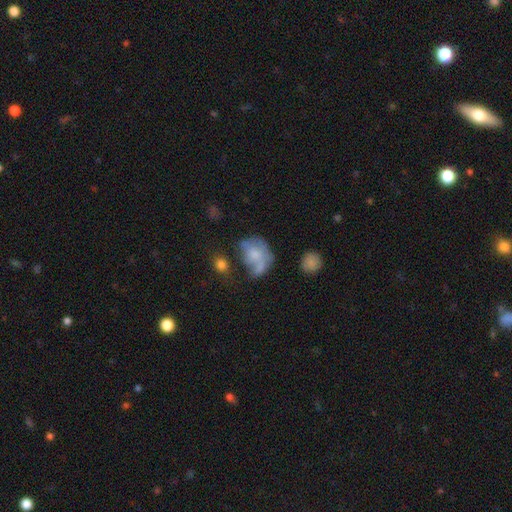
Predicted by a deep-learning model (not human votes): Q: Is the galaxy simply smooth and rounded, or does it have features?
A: smooth — 59%.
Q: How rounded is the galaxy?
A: in between — 57%.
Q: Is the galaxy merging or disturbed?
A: none — 29%.